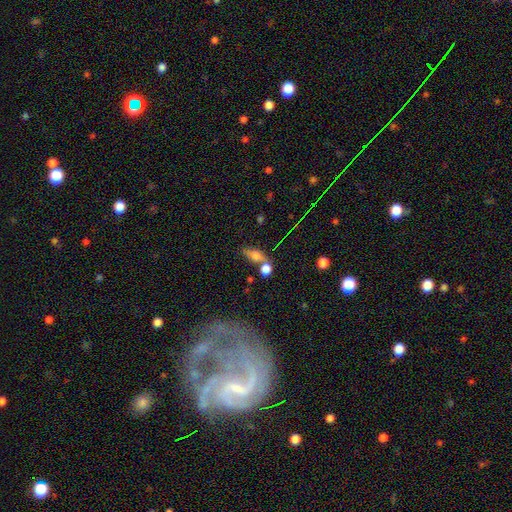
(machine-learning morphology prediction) Smooth or featured: smooth — 65% (featured or disk — 20%)
How rounded: in between — 63% (round — 20%)
Merging: none — 46% (merger — 32%)